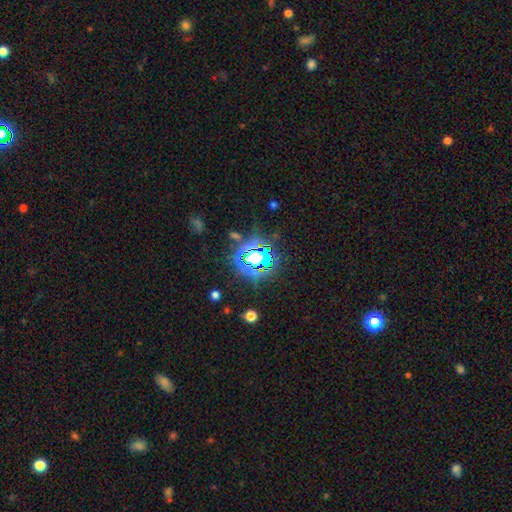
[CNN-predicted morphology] This appears to be a star or artifact, not a galaxy (81%).